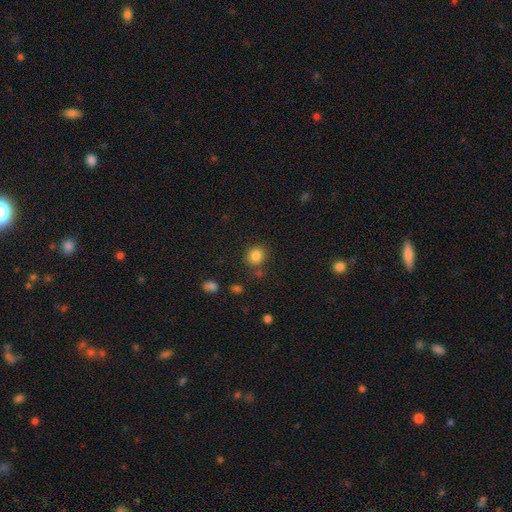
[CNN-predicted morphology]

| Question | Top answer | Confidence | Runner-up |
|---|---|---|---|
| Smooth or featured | smooth | 83% | star or artifact (11%) |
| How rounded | round | 79% | in between (20%) |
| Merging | none | 79% | minor disturbance (11%) |